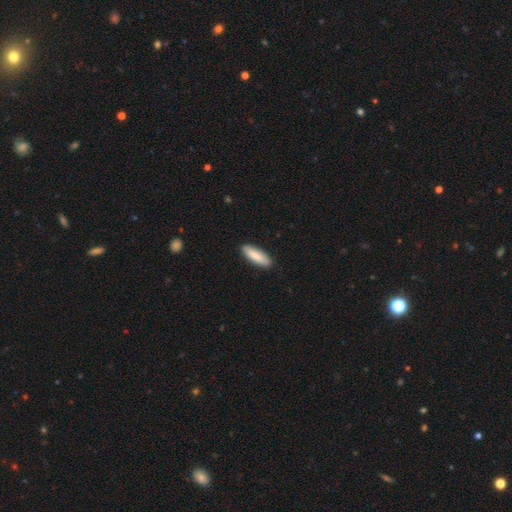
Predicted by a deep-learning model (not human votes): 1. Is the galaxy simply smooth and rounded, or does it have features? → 87% smooth, 8% featured or disk, 5% star or artifact.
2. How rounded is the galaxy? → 54% in between, 45% cigar-shaped, 1% round.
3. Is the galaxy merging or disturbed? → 90% none, 8% minor disturbance, 2% major disturbance, 1% merger.